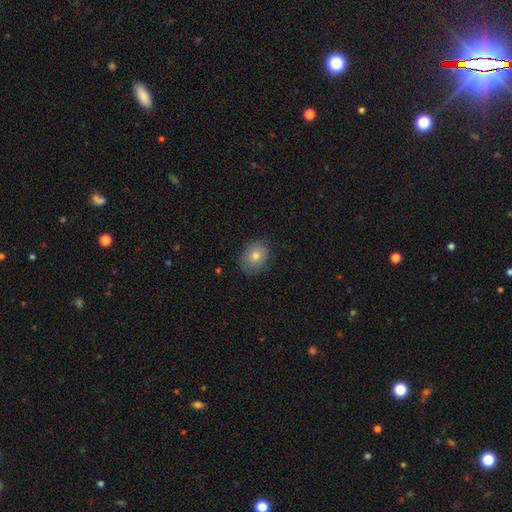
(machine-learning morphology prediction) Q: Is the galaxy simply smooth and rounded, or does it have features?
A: smooth — 74%.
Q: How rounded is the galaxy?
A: round — 51%.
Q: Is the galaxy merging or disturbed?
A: none — 80%.